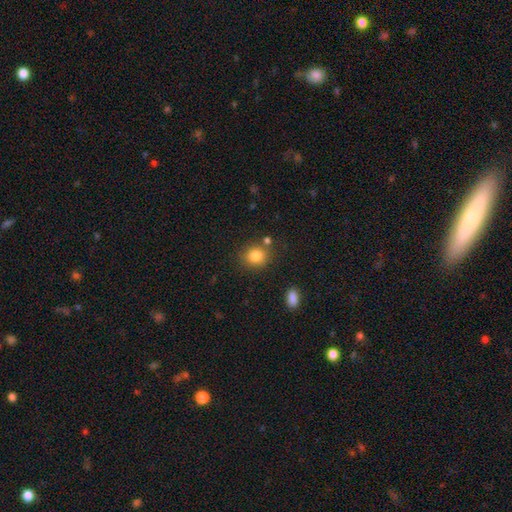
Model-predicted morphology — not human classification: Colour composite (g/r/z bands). It shows a smooth galaxy with no disk features (83%) that is round (74%). Merging: none (76%).